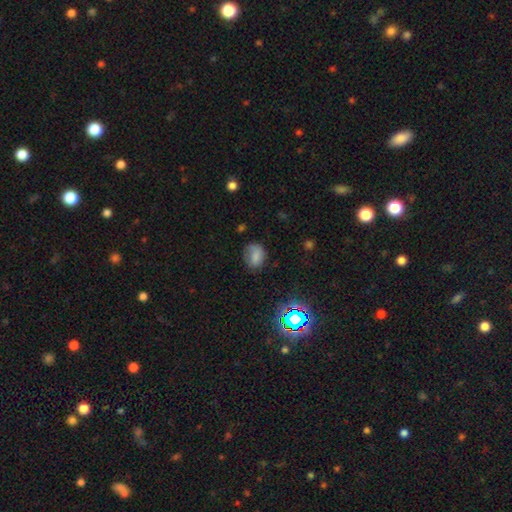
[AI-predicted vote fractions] Overall: smooth (73%). How rounded: in between (58%; round 41%). Merging: none (63%; minor disturbance 25%).